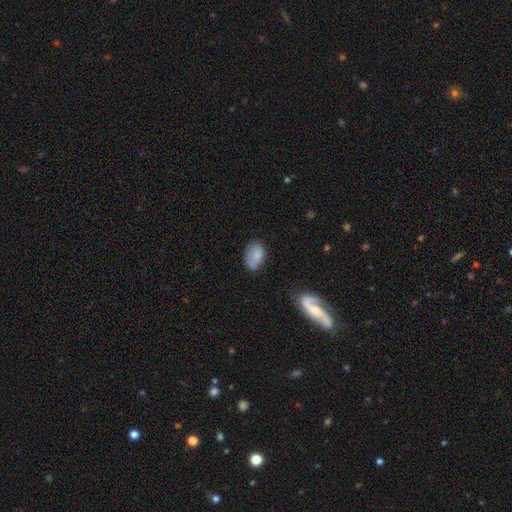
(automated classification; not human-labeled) smooth-or-featured: smooth: 77% | featured or disk: 15% | star or artifact: 8%
  how-rounded: in between: 88% | round: 10% | cigar-shaped: 1%
  merging: none: 55% | minor disturbance: 32% | major disturbance: 10% | merger: 3%